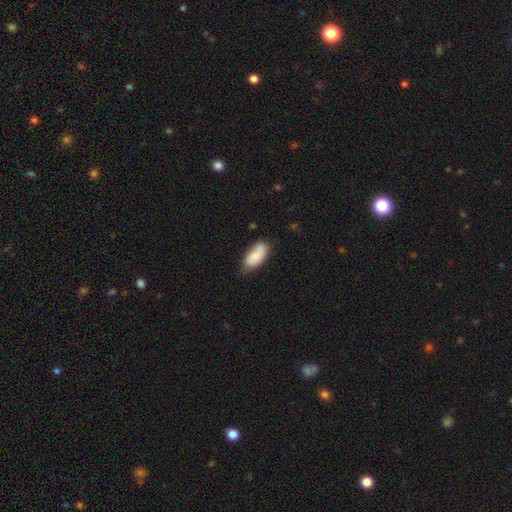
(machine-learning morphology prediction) This is clearly a smooth galaxy (82%). How rounded: clearly in between (92%). Merging: likely none (65%).